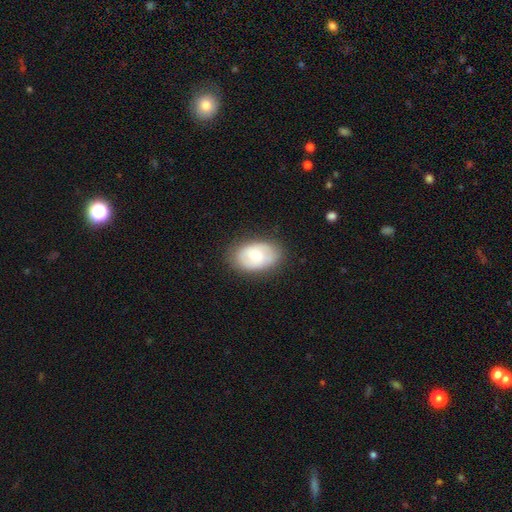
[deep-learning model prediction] A smooth galaxy with no disk features (60%) that is in between round and cigar-shaped (86%).

Vote fractions:
- Smooth or featured? smooth: 60% / featured or disk: 34% / star or artifact: 7%
- How rounded? in between: 86% / round: 13% / cigar-shaped: 1%
- Merging? none: 81% / minor disturbance: 14% / major disturbance: 4% / merger: 1%